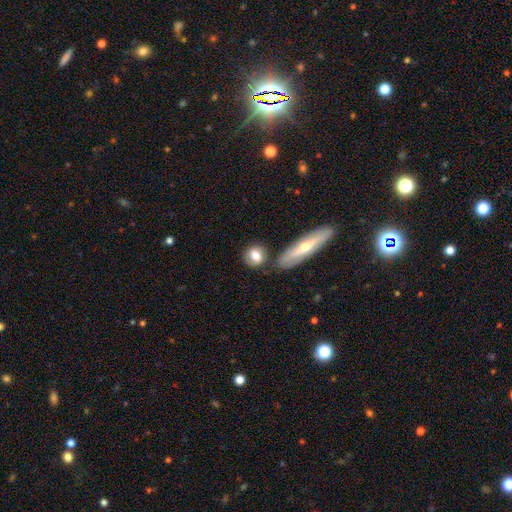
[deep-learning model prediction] smooth 72%, featured or disk 21%, star or artifact 7%. Down the decision tree: how rounded — round (64%); merging — none (72%).